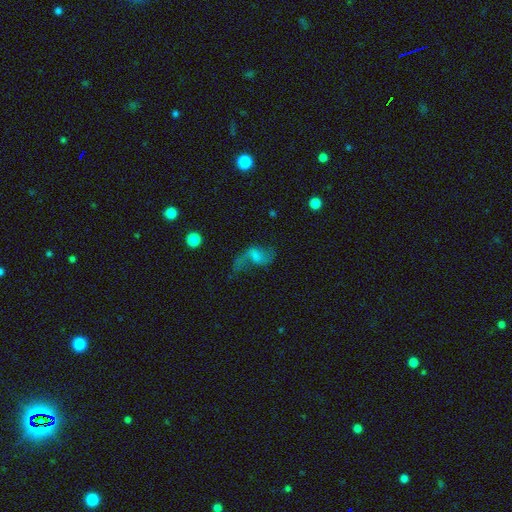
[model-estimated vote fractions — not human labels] This appears to be a featured or disk galaxy (64%) with no bar (45%), 2 (81%) loose (83%) spiral arms (83%) and no central bulge (36%). Merging: none (42%).